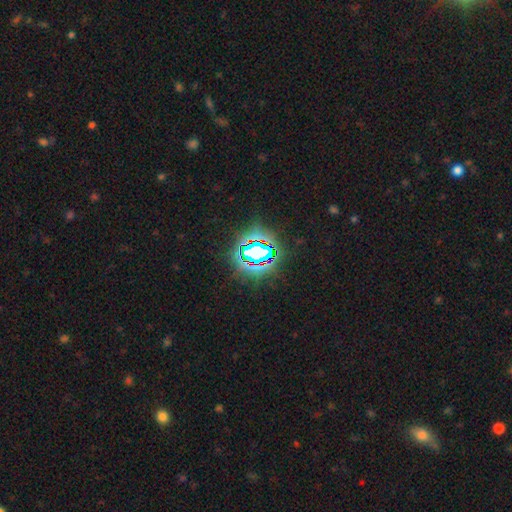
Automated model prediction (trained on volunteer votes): The model was most divided on "smooth or featured": star or artifact: 74%, smooth: 15%, featured or disk: 11%.